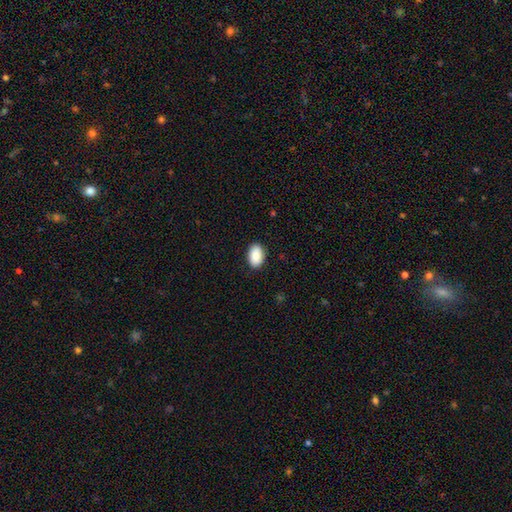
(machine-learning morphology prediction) This is clearly a smooth galaxy (90%). How rounded: clearly in between (92%). Merging: clearly none (89%).